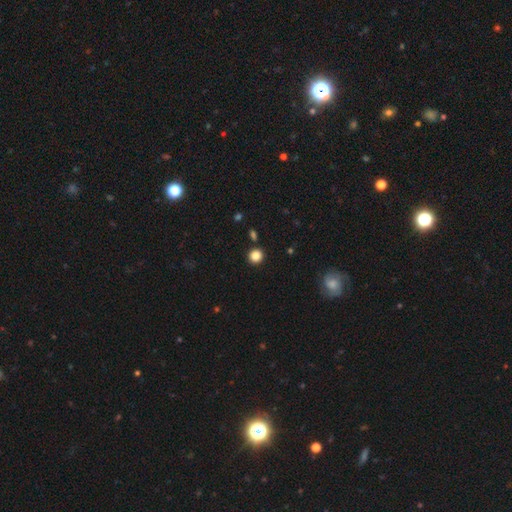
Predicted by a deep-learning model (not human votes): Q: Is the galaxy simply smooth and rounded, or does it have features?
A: smooth — 85%.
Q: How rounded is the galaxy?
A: round — 90%.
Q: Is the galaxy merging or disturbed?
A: none — 89%.